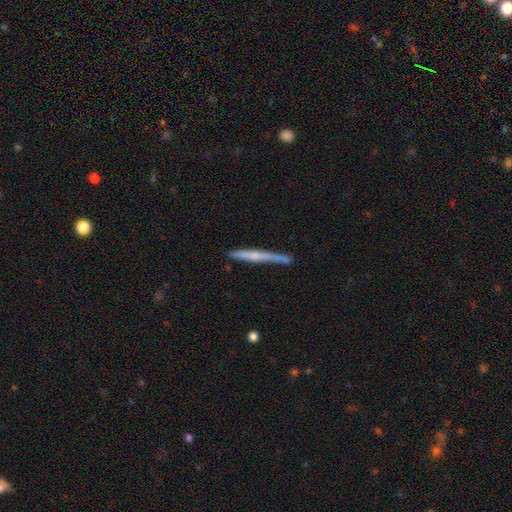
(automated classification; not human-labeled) This is possibly a featured or disk galaxy (49%). Merging: likely none (75%).